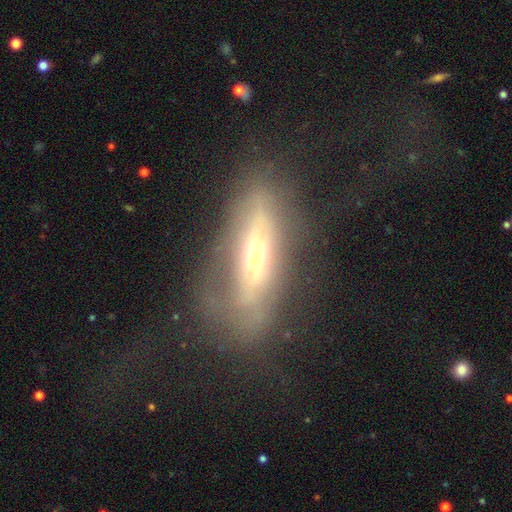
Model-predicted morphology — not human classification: A featured or disk galaxy (62%). Merging: none (49%).